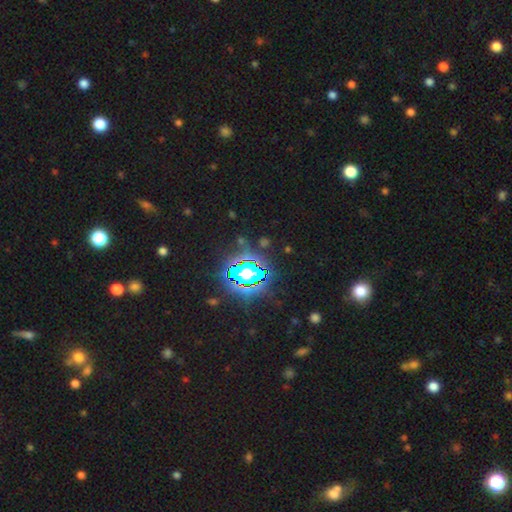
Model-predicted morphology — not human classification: Smooth or featured? Predicted: star or artifact (p=0.84).